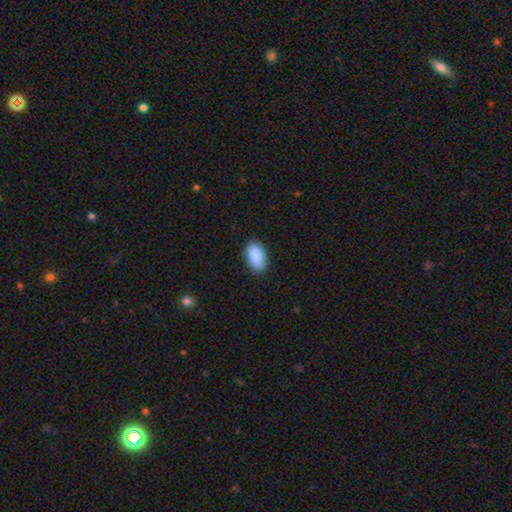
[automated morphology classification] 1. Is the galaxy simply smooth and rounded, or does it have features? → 89% smooth, 6% star or artifact, 5% featured or disk.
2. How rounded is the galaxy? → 94% in between, 4% round, 3% cigar-shaped.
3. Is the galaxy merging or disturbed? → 87% none, 10% minor disturbance, 2% major disturbance, 1% merger.